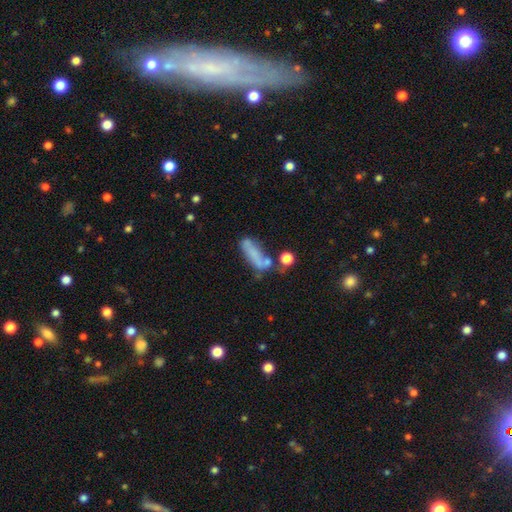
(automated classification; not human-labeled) A smooth galaxy with no disk features (58%) that is cigar-shaped (52%). Merging: none (38%).